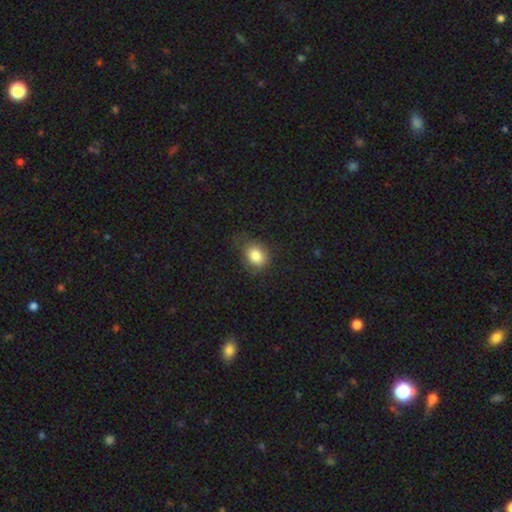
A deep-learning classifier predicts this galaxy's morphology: smooth 83%, star or artifact 10%, featured or disk 8%. Down the decision tree: how rounded — in between (50%); merging — none (67%).